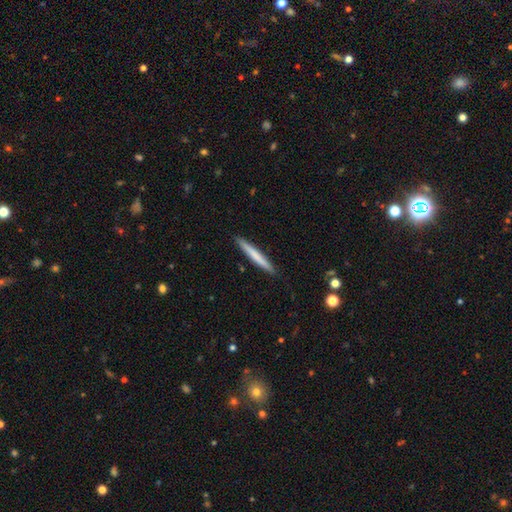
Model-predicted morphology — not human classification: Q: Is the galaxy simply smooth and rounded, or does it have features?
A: smooth — 66%.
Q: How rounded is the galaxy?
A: cigar-shaped — 97%.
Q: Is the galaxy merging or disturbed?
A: none — 91%.